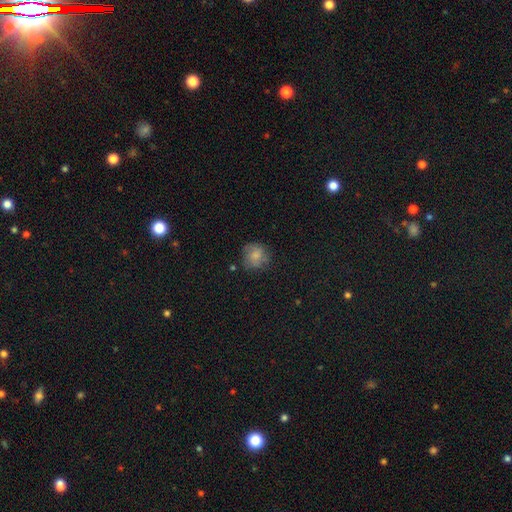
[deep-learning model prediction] smooth_or_featured: smooth (p=0.62) [alt: featured or disk p=0.28]
how_rounded: round (p=0.83) [alt: in between p=0.16]
merging: none (p=0.66) [alt: minor disturbance p=0.22]